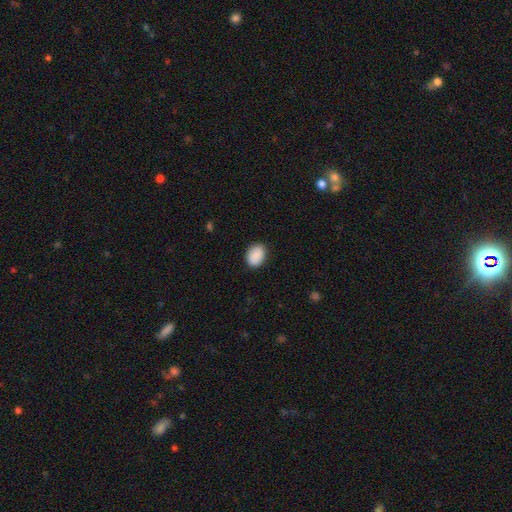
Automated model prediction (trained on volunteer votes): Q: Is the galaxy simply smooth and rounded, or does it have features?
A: smooth — 90%.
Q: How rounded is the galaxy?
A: in between — 73%.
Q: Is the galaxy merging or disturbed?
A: none — 86%.